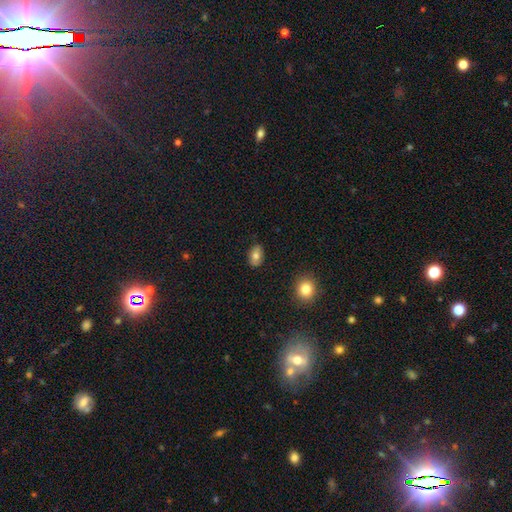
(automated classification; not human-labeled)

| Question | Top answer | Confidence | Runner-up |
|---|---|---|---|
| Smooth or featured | smooth | 75% | featured or disk (16%) |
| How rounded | in between | 82% | round (17%) |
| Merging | none | 83% | minor disturbance (13%) |